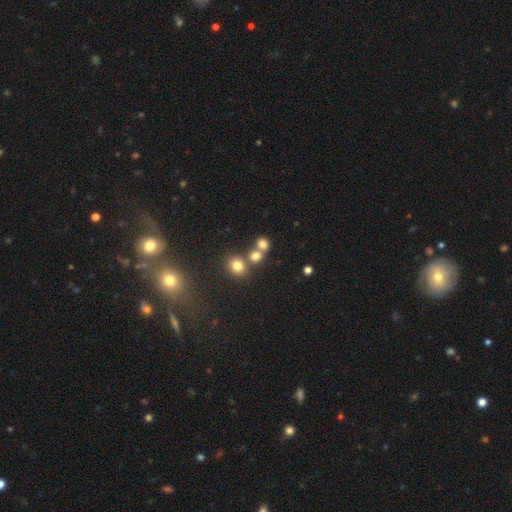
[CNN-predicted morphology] Smooth or featured? Predicted: smooth (p=0.75). How rounded? Predicted: round (p=0.78). Merging? Predicted: none (p=0.50).